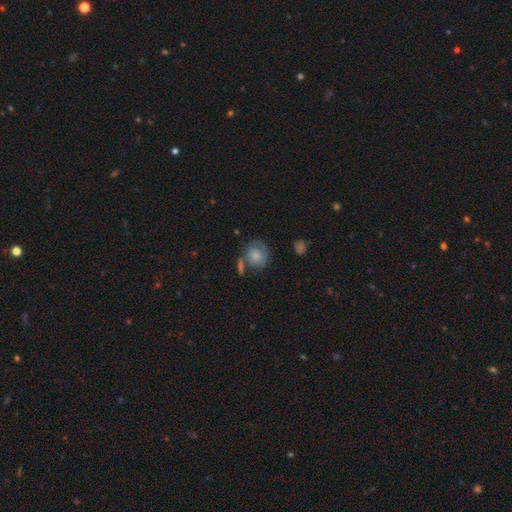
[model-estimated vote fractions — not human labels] smooth_or_featured: smooth (p=0.65) [alt: featured or disk p=0.28]
how_rounded: round (p=0.72) [alt: in between p=0.27]
merging: none (p=0.47) [alt: minor disturbance p=0.23]